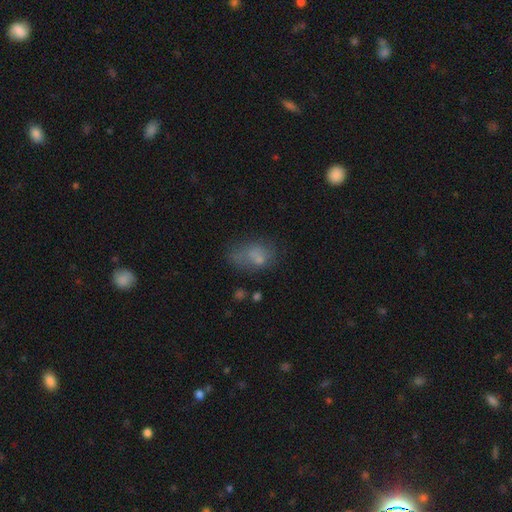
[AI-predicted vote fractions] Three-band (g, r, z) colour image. It shows a smooth galaxy with no disk features (62%) that is in between round and cigar-shaped (77%). Merging: none (38%).